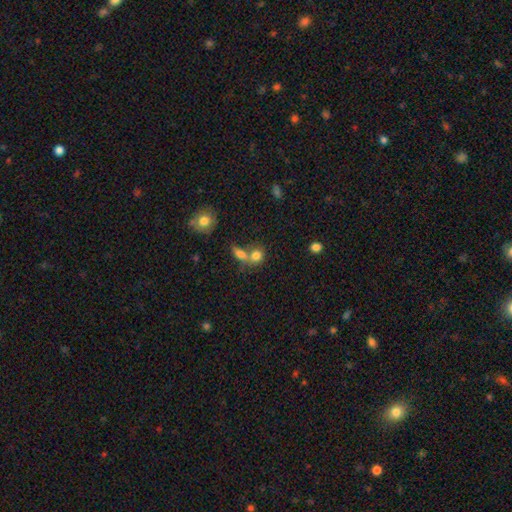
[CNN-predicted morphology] The model was most divided on "merging": merger: 51%, none: 36%, minor disturbance: 8%, major disturbance: 5%. More confident: smooth or featured — smooth (79%); how rounded — round (63%).